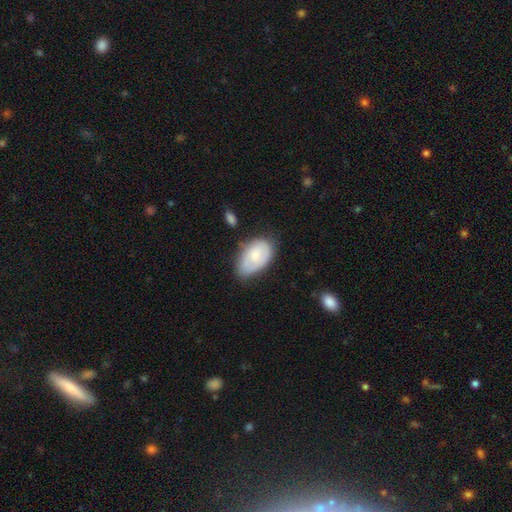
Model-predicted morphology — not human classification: Smooth or featured? Predicted: smooth (p=0.65). How rounded? Predicted: in between (p=0.92). Merging? Predicted: none (p=0.52).